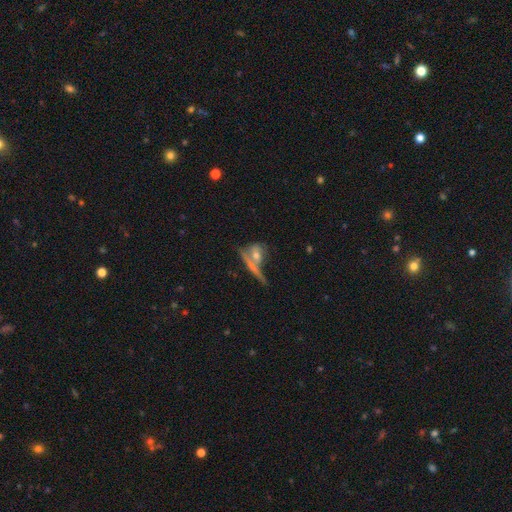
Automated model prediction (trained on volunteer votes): Q: Smooth or featured?
A: smooth (49%); runner-up: featured or disk (42%)
Q: Merging?
A: none (41%); runner-up: merger (37%)